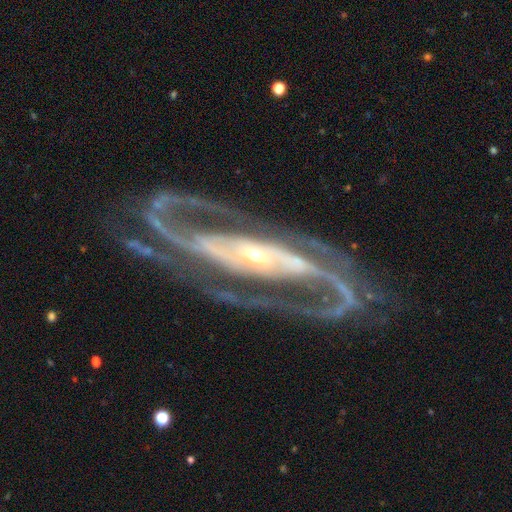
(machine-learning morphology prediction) A featured or disk galaxy (93%) with a strong bar (54%), 2 (86%) medium (55%) spiral arms (98%) and a small central bulge (71%).

Vote fractions:
- Smooth or featured? featured or disk: 93% / star or artifact: 4% / smooth: 2%
- Edge-on disk? no: 94% / yes: 6%
- Bar? strong: 54% / no: 26% / weak: 21%
- Spiral arms? yes: 98% / no: 2%
- Spiral winding? medium: 55% / tight: 29% / loose: 16%
- Spiral arm count? 2: 86% / 3: 4% / can't tell: 3% / 4: 2% / 1: 2% / more than 4: 2%
- Bulge size? small: 71% / moderate: 24% / large: 3% / dominant: 1% / none: 1%
- Merging? none: 73% / minor disturbance: 14% / major disturbance: 11% / merger: 2%